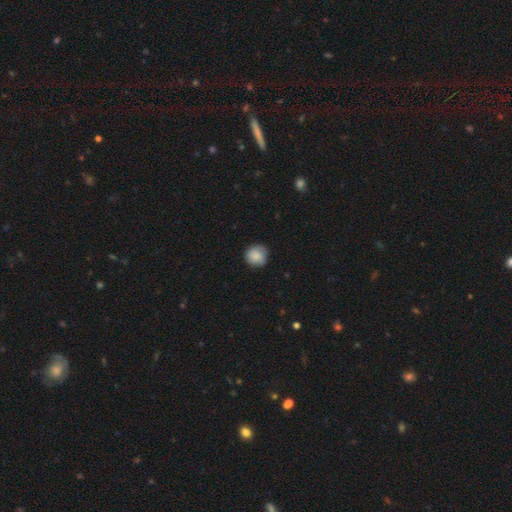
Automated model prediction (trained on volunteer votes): Overall: smooth (85%). How rounded: round (93%). Merging: none (81%).